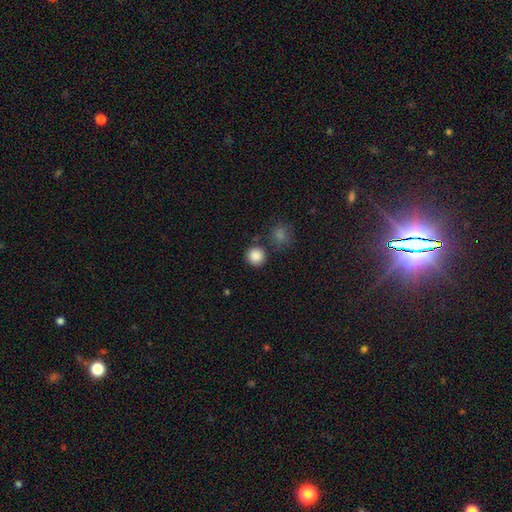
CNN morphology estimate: A smooth galaxy with no disk features (87%) that is round (93%).

Vote fractions:
- Smooth or featured? smooth: 87% / star or artifact: 10% / featured or disk: 3%
- How rounded? round: 93% / in between: 6% / cigar-shaped: 1%
- Merging? none: 81% / minor disturbance: 9% / merger: 7% / major disturbance: 3%